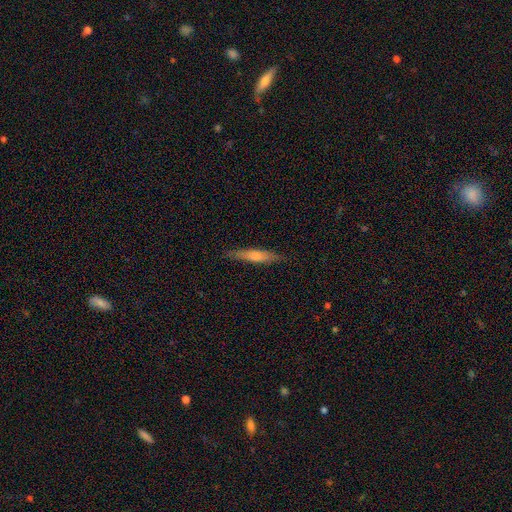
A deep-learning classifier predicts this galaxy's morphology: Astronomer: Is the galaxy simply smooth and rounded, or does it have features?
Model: smooth — 62%.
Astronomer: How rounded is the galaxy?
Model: cigar-shaped — 86%.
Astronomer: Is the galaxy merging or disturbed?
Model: none — 85%.